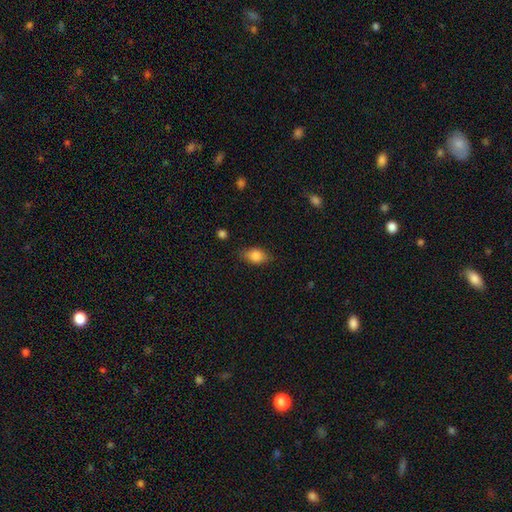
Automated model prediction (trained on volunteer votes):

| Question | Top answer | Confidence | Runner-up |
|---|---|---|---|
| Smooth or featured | smooth | 84% | featured or disk (8%) |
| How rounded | in between | 82% | round (15%) |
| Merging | none | 78% | minor disturbance (16%) |